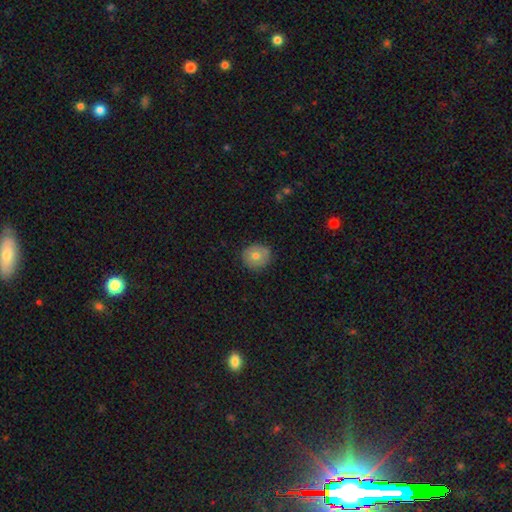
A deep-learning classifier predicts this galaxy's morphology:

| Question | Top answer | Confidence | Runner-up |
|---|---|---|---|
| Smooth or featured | smooth | 73% | featured or disk (18%) |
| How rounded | round | 88% | in between (11%) |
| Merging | none | 84% | minor disturbance (12%) |